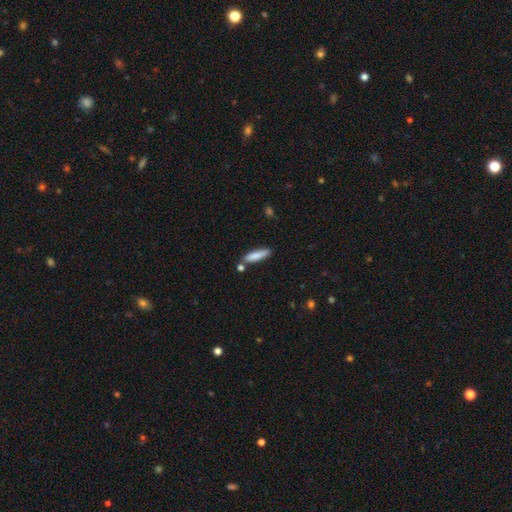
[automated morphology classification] This is clearly a smooth galaxy (82%). How rounded: likely cigar-shaped (78%). Merging: likely none (77%).